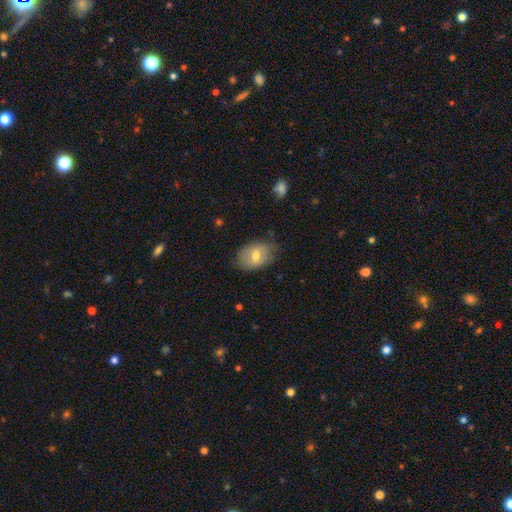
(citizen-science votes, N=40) Overall: smooth (52%; featured or disk 38%). How rounded: in between (76%). Merging: none (69%).